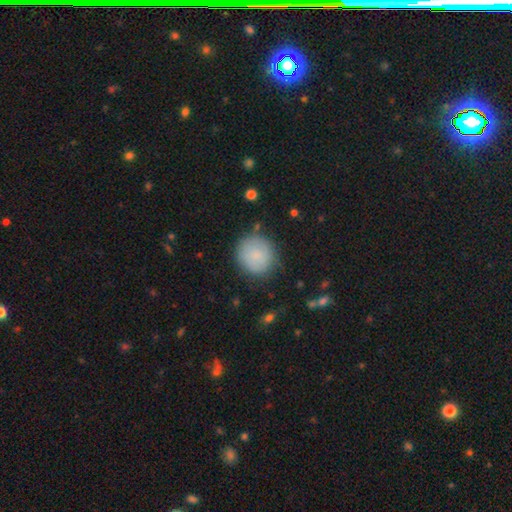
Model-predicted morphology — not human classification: A smooth galaxy with no disk features (84%) that is round (90%).

Vote fractions:
- Smooth or featured? smooth: 84% / featured or disk: 9% / star or artifact: 7%
- How rounded? round: 90% / in between: 9% / cigar-shaped: 1%
- Merging? none: 82% / minor disturbance: 13% / major disturbance: 4% / merger: 2%